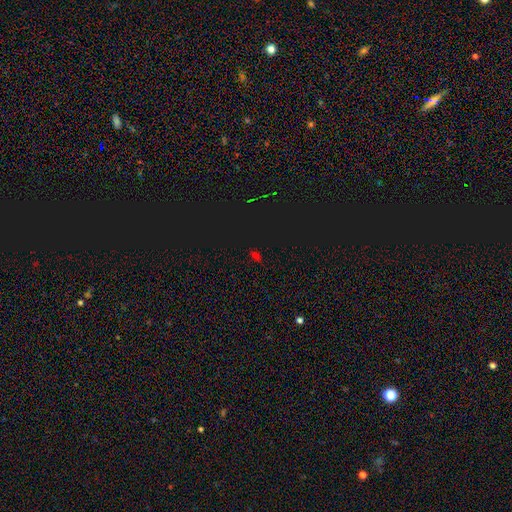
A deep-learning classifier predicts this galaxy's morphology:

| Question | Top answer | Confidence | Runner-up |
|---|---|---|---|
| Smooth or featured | star or artifact | 57% | smooth (35%) |